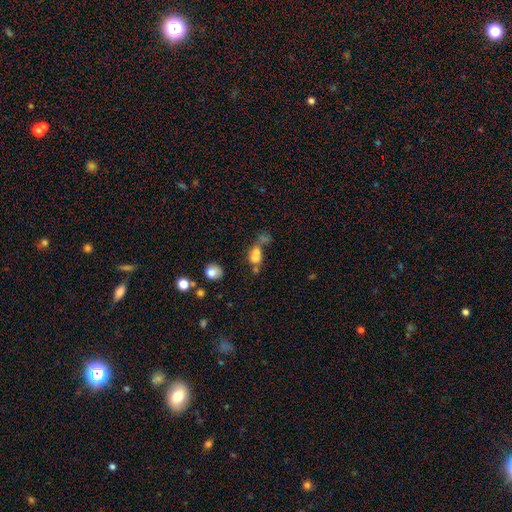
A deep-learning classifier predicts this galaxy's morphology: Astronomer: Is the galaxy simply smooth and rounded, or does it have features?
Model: smooth — 64%.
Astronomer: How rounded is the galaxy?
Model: round — 54% (runner-up: in between, 42%).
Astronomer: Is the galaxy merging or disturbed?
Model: merger — 61%.